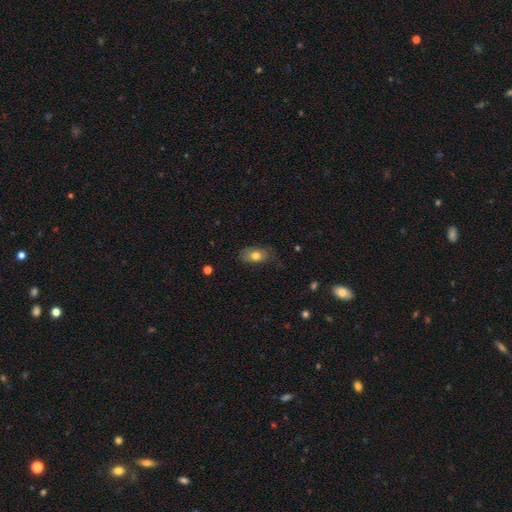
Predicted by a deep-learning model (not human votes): A smooth galaxy with no disk features (74%) that is in between round and cigar-shaped (87%). Merging: none (66%).